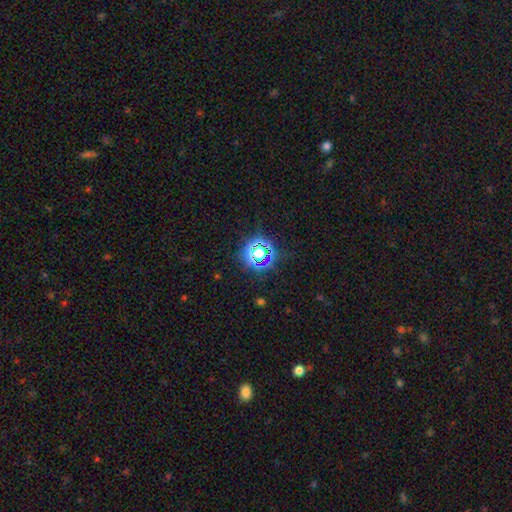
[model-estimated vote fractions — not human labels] A star or artifact, not a galaxy (75%).